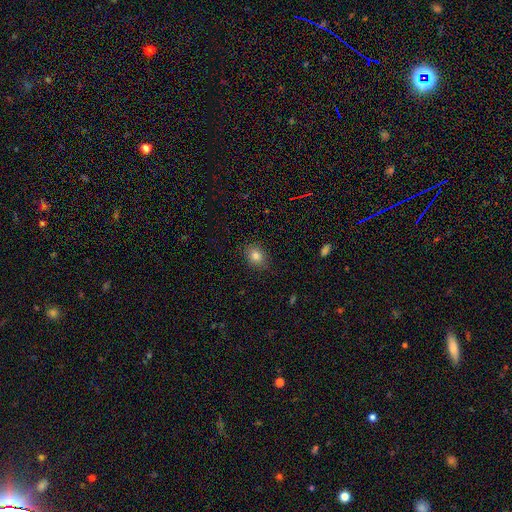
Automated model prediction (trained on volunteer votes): Smooth or featured? Predicted: smooth (p=0.83). How rounded? Predicted: in between (p=0.55). Merging? Predicted: none (p=0.86).